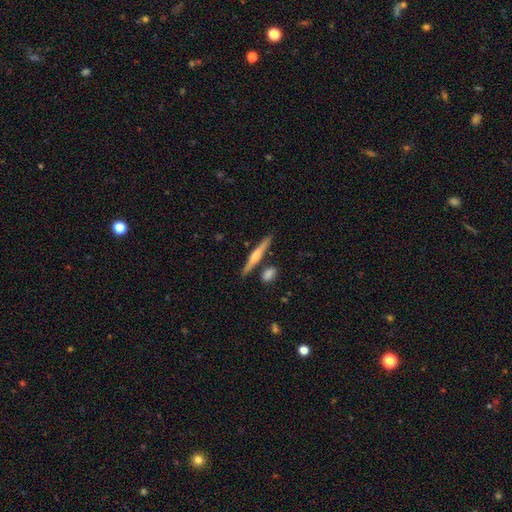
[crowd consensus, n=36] smooth-or-featured: featured or disk: 61% | smooth: 36% | star or artifact: 3%
  disk-edge-on: yes: 100% | no: 0%
    edge-on-bulge: rounded: 59% | boxy: 32% | none: 9%
  merging: none: 86% | minor disturbance: 9% | major disturbance: 3% | merger: 3%